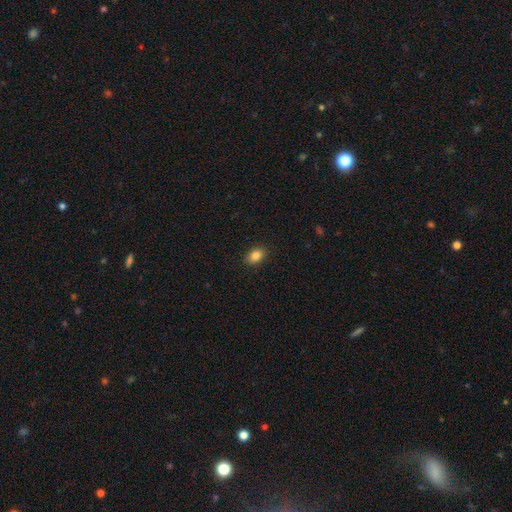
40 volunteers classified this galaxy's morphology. smooth 90%, star or artifact 10%, featured or disk 0%. Down the decision tree: how rounded — in between (83%); merging — none (86%).